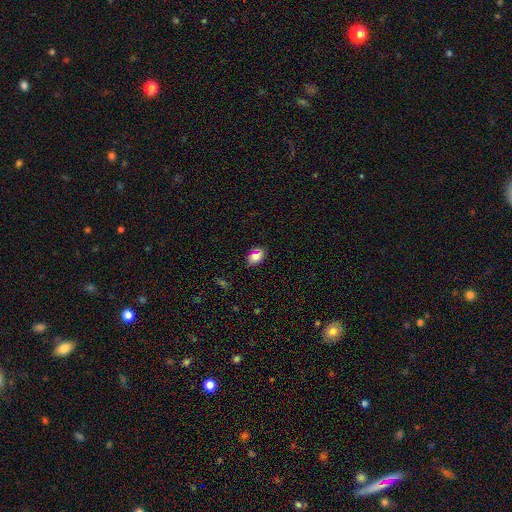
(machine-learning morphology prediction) Smooth or featured? Predicted: smooth (p=0.73). How rounded? Predicted: in between (p=0.79). Merging? Predicted: none (p=0.79).